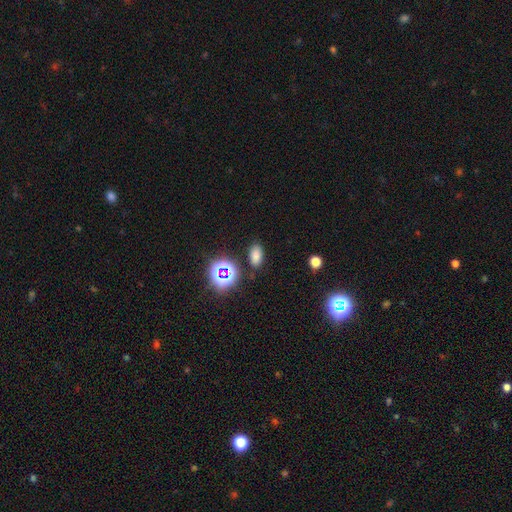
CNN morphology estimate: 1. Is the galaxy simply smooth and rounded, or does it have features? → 72% smooth, 21% star or artifact, 6% featured or disk.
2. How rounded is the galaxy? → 88% in between, 10% round, 2% cigar-shaped.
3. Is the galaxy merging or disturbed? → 84% none, 10% minor disturbance, 3% major disturbance, 3% merger.